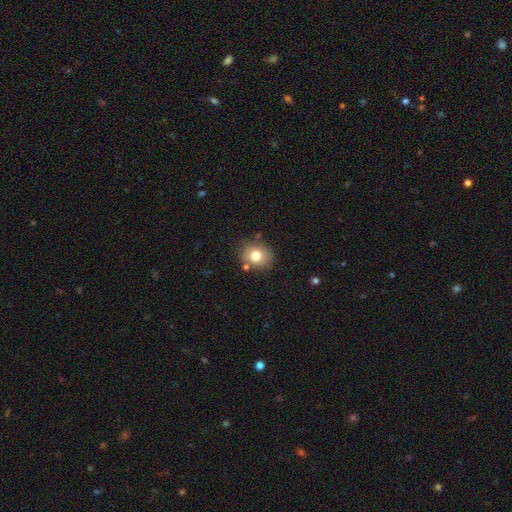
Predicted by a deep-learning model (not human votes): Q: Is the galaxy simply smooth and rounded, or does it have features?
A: smooth — 77%.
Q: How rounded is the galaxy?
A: round — 70%.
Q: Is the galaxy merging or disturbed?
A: none — 79%.